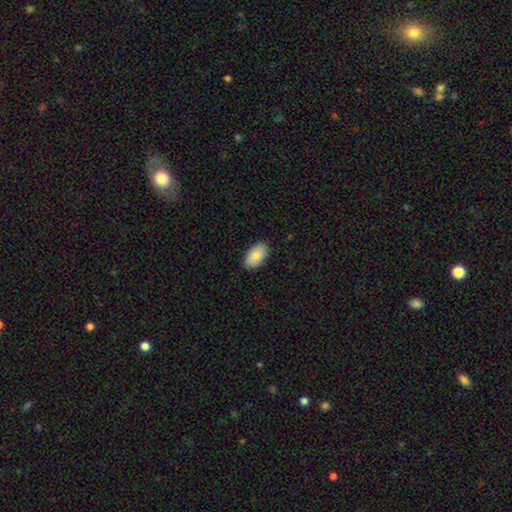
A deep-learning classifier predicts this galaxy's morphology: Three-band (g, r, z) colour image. It shows a smooth galaxy with no disk features (86%) that is in between round and cigar-shaped (95%). Merging: none (87%).